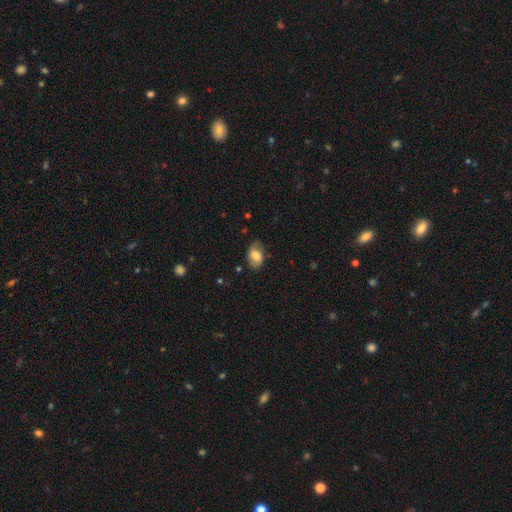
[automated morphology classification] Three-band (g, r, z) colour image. It shows a smooth galaxy with no disk features (68%) that is in between round and cigar-shaped (88%). Merging: none (75%).